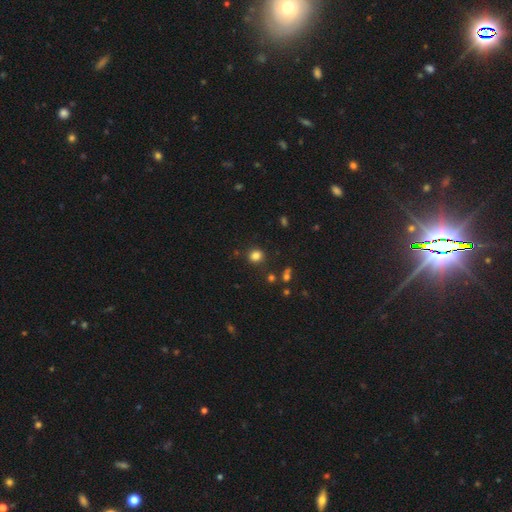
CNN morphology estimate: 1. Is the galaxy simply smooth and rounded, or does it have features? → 82% smooth, 14% star or artifact, 4% featured or disk.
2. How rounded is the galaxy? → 74% round, 25% in between, 1% cigar-shaped.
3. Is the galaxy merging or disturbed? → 84% none, 9% minor disturbance, 3% merger, 3% major disturbance.